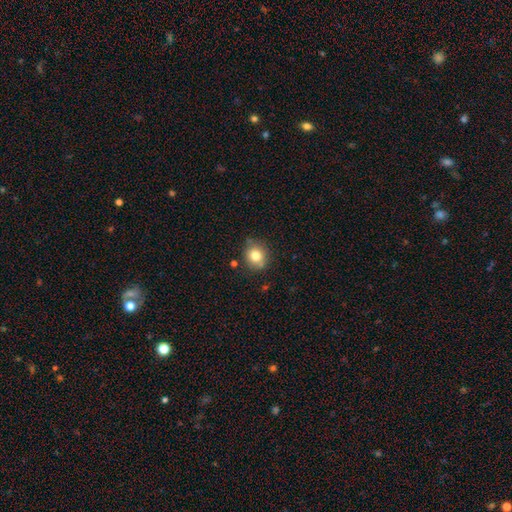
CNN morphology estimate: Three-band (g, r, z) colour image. It shows a smooth galaxy with no disk features (79%) that is round (79%). Merging: none (79%).